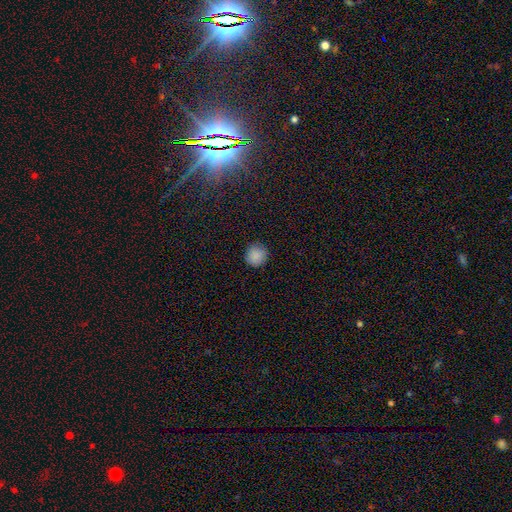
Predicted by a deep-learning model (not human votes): Smooth or featured: smooth — 88% (star or artifact — 9%)
How rounded: round — 93% (in between — 6%)
Merging: none — 90% (minor disturbance — 7%)